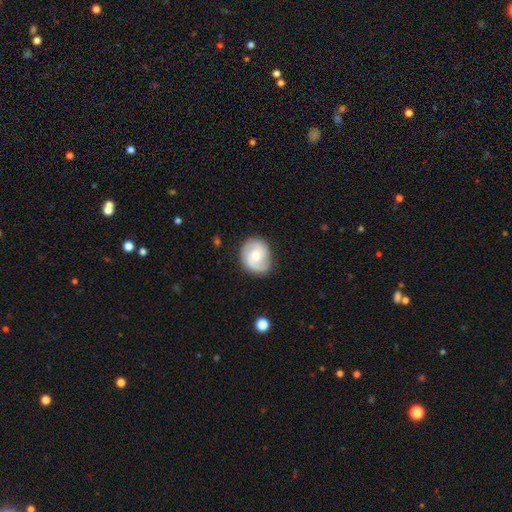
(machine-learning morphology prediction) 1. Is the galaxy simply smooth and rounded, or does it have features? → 66% featured or disk, 28% smooth, 6% star or artifact.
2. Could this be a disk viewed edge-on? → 97% no, 3% yes.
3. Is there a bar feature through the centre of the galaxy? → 62% no, 32% weak, 6% strong.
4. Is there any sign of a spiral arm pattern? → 88% yes, 12% no.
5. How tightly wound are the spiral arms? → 44% medium, 39% tight, 17% loose.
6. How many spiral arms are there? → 80% 2, 10% can't tell, 4% 1, 4% 3, 1% 4, 1% more than 4.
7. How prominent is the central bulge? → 62% moderate, 34% small, 3% large, 1% none, 1% dominant.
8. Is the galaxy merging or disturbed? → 79% none, 16% minor disturbance, 4% major disturbance, 1% merger.